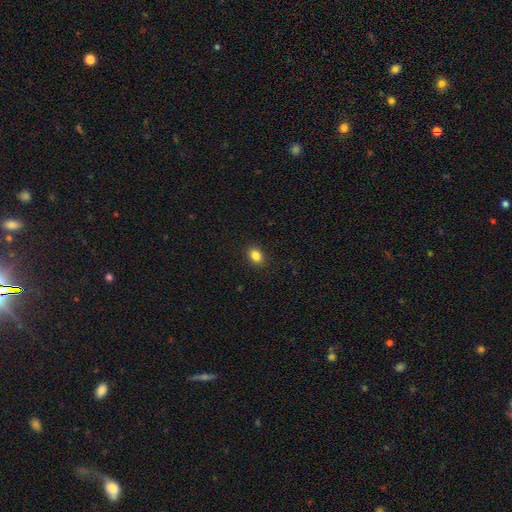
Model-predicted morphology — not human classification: This is clearly a smooth galaxy (84%). How rounded: likely in between (64%). Merging: clearly none (90%).